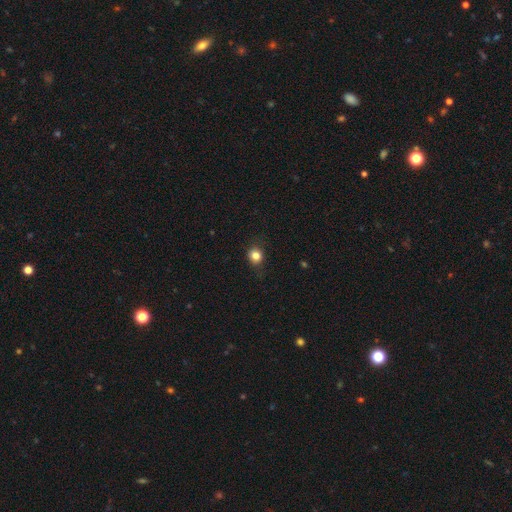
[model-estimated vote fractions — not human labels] smooth-or-featured: smooth: 82% | star or artifact: 12% | featured or disk: 6%
  how-rounded: round: 80% | in between: 19% | cigar-shaped: 1%
  merging: none: 79% | minor disturbance: 16% | major disturbance: 4% | merger: 1%